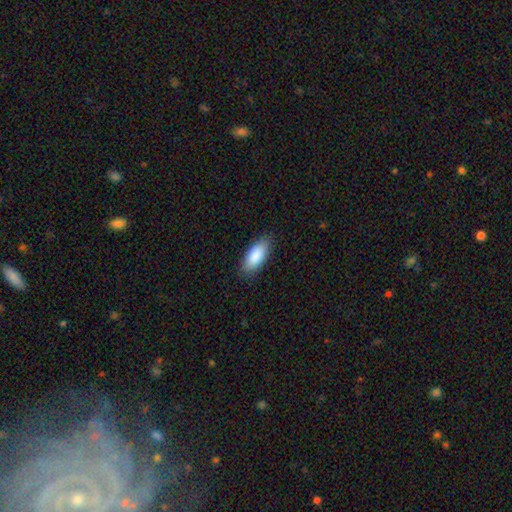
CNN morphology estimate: Smooth or featured? Predicted: smooth (p=0.88). How rounded? Predicted: in between (p=0.85). Merging? Predicted: none (p=0.86).